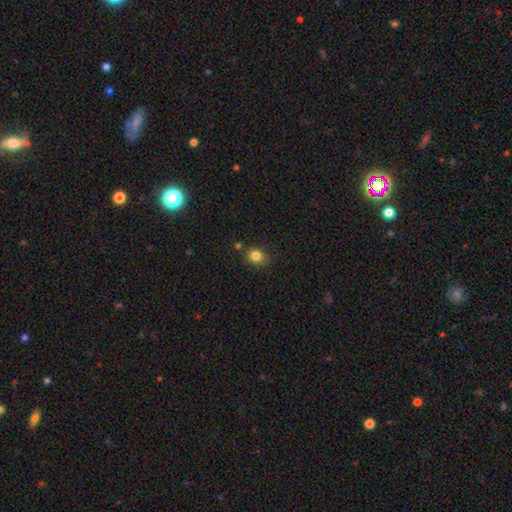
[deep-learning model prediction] Smooth or featured?
  - smooth: 82% *
  - star or artifact: 12%
  - featured or disk: 6%
How rounded?
  - round: 68% *
  - in between: 31%
  - cigar-shaped: 1%
Merging?
  - none: 72% *
  - minor disturbance: 17%
  - merger: 6%
  - major disturbance: 4%